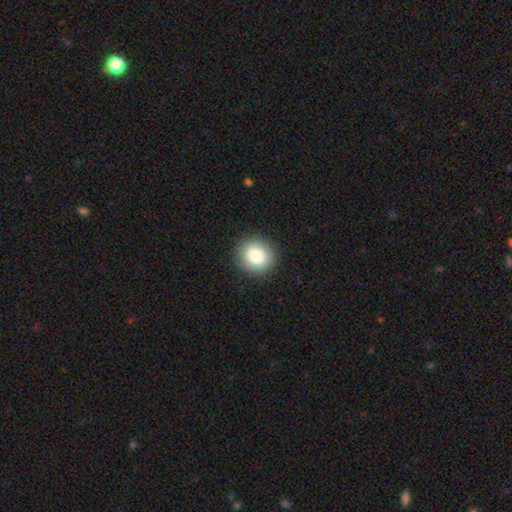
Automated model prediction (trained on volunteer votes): Smooth or featured? Predicted: smooth (p=0.84). How rounded? Predicted: round (p=0.85). Merging? Predicted: none (p=0.89).